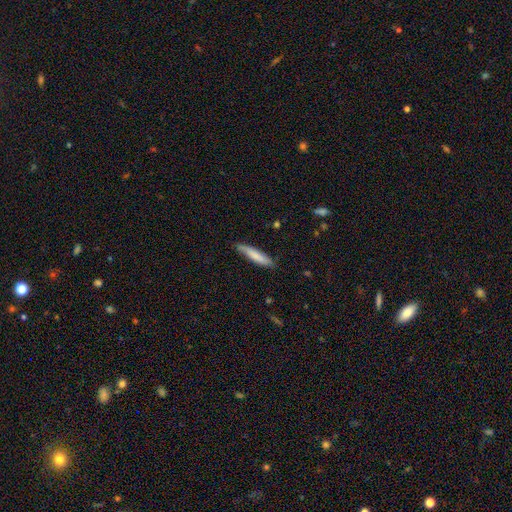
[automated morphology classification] The model was most divided on "smooth or featured": smooth: 75%, featured or disk: 19%, star or artifact: 6%. More confident: how rounded — cigar-shaped (87%); merging — none (78%).